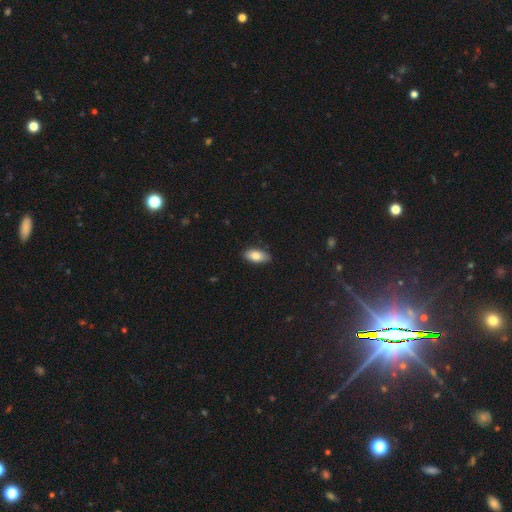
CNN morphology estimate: Smooth or featured?
  - smooth: 82% *
  - featured or disk: 11%
  - star or artifact: 7%
How rounded?
  - in between: 90% *
  - cigar-shaped: 7%
  - round: 3%
Merging?
  - none: 85% *
  - minor disturbance: 12%
  - major disturbance: 2%
  - merger: 1%